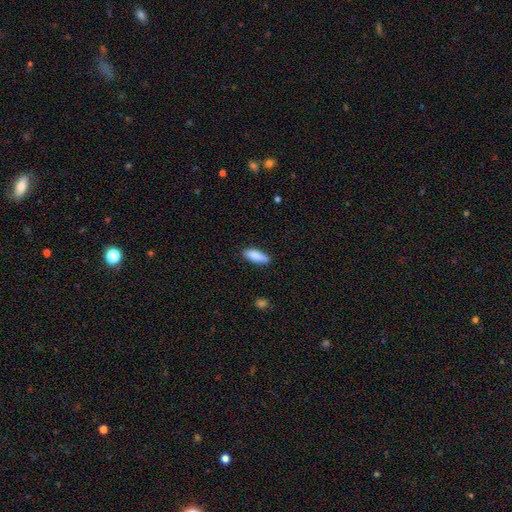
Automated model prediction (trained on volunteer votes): Smooth or featured?
  - smooth: 86% *
  - featured or disk: 8%
  - star or artifact: 6%
How rounded?
  - in between: 59% *
  - cigar-shaped: 39%
  - round: 2%
Merging?
  - none: 79% *
  - minor disturbance: 16%
  - major disturbance: 3%
  - merger: 2%